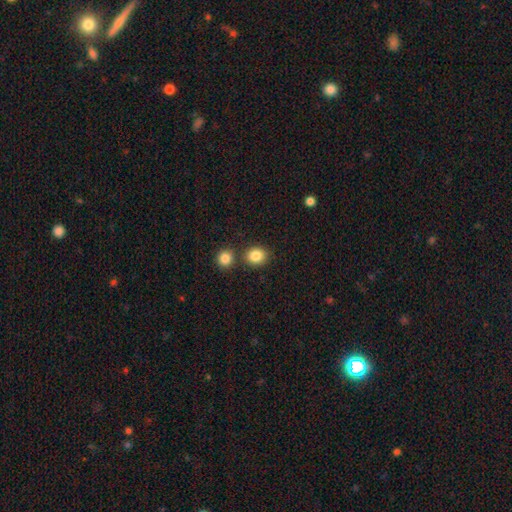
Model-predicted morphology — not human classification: This appears to be a smooth galaxy with no disk features (85%) that is round (75%). Merging: none (77%).